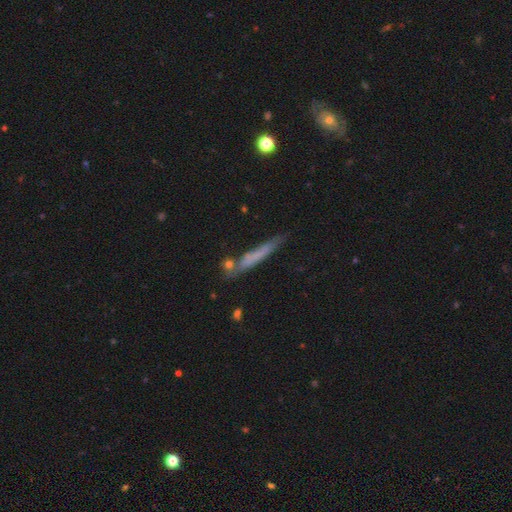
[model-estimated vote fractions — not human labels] The model was most divided on "smooth or featured": smooth: 61%, featured or disk: 31%, star or artifact: 9%. More confident: how rounded — cigar-shaped (94%); merging — none (70%).